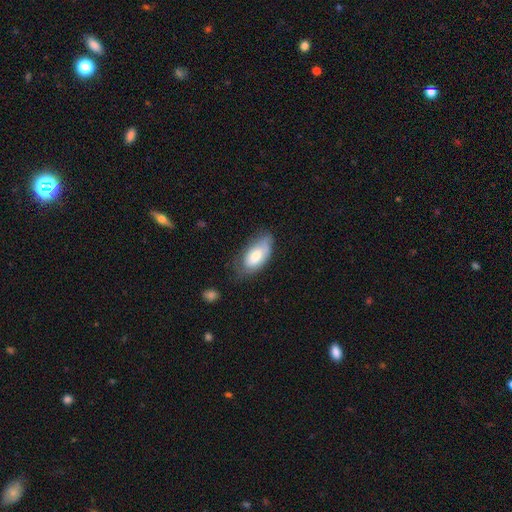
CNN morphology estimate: This appears to be a smooth galaxy with no disk features (70%) that is in between round and cigar-shaped (92%). Merging: none (55%).